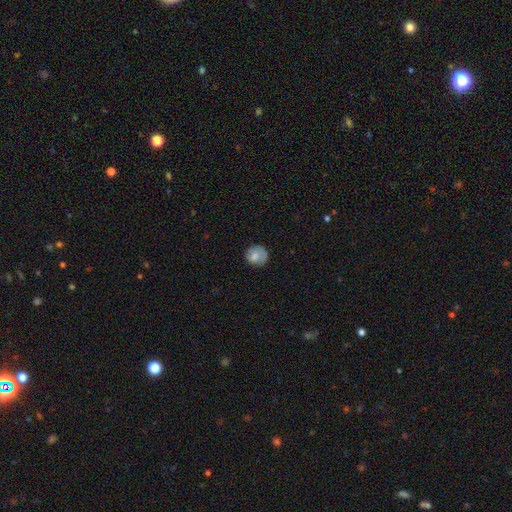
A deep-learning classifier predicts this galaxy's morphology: Smooth or featured: smooth — 77% (featured or disk — 15%)
How rounded: round — 82% (in between — 17%)
Merging: none — 67% (minor disturbance — 23%)